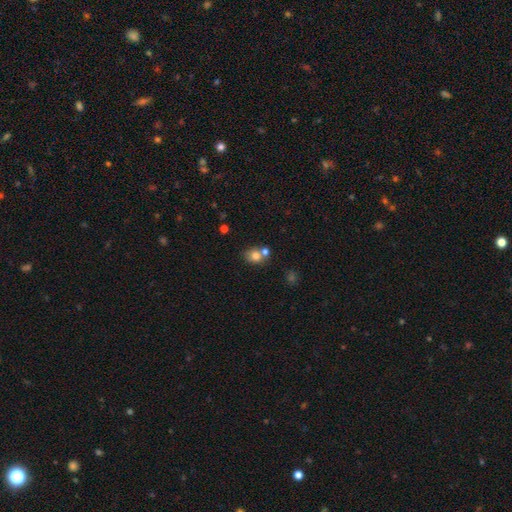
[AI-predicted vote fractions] A smooth galaxy with no disk features (78%) that is round (63%). Merging: none (50%).